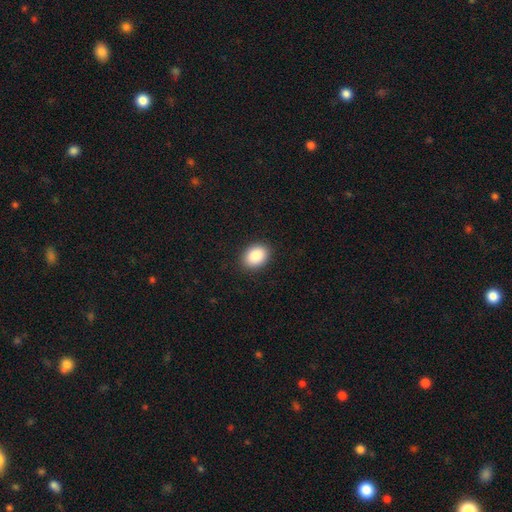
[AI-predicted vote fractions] Morphology: type=smooth (88%); roundness=in between (72%); merging=none (90%).